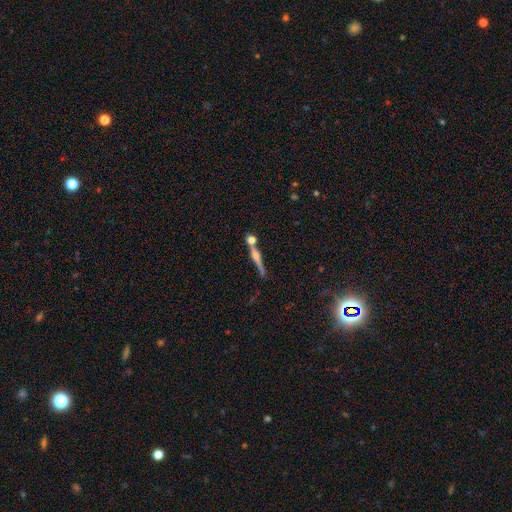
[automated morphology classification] Overall: featured or disk (65%; smooth 26%). Edge-on disk: yes (96%). Edge-on bulge: rounded (87%). Merging: none (65%).